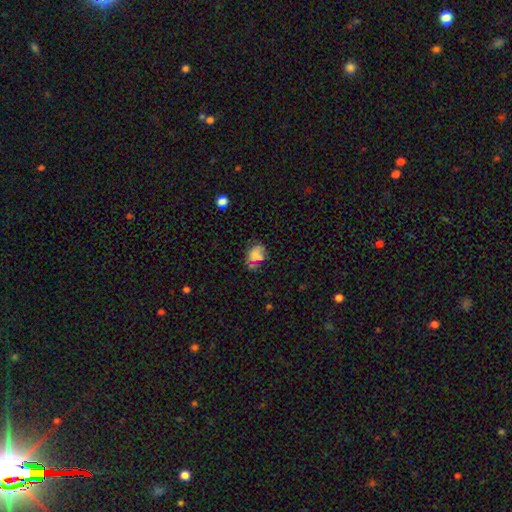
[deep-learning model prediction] The model was most divided on "how rounded": in between: 69%, round: 29%, cigar-shaped: 2%. More confident: smooth or featured — smooth (66%); merging — none (64%).